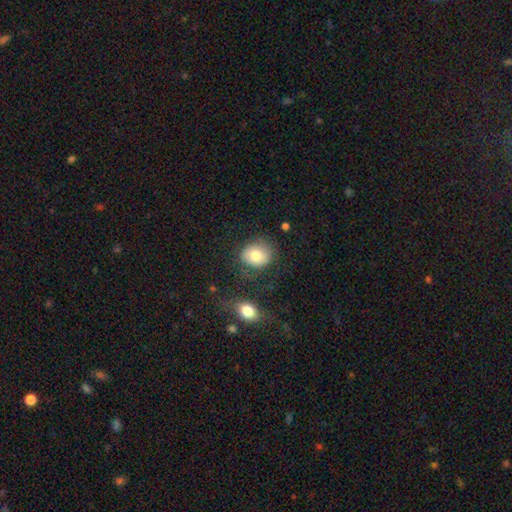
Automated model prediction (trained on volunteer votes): Smooth or featured: smooth — 78% (featured or disk — 14%)
How rounded: round — 61% (in between — 38%)
Merging: none — 72% (minor disturbance — 17%)